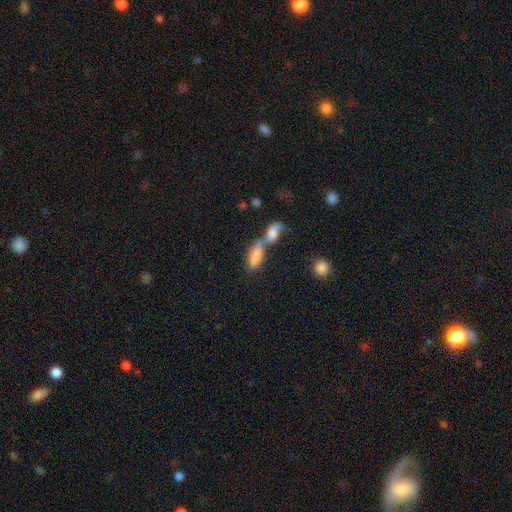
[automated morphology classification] Smooth or featured? smooth (78%)
How rounded? in between (77%)
Merging? merger (70%)